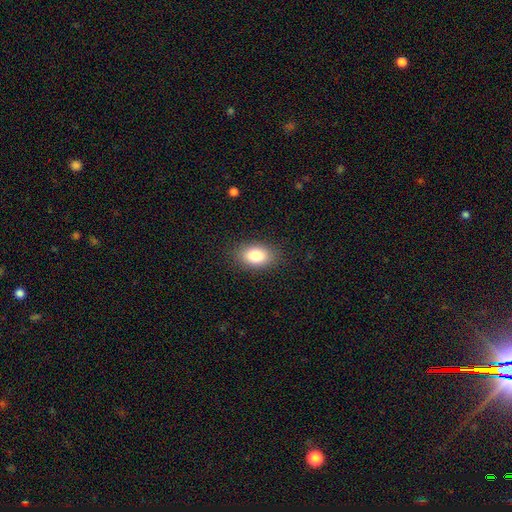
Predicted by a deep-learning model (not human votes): smooth_or_featured: smooth (p=0.85) [alt: star or artifact p=0.08]
how_rounded: in between (p=0.89) [alt: round p=0.10]
merging: none (p=0.86) [alt: minor disturbance p=0.10]